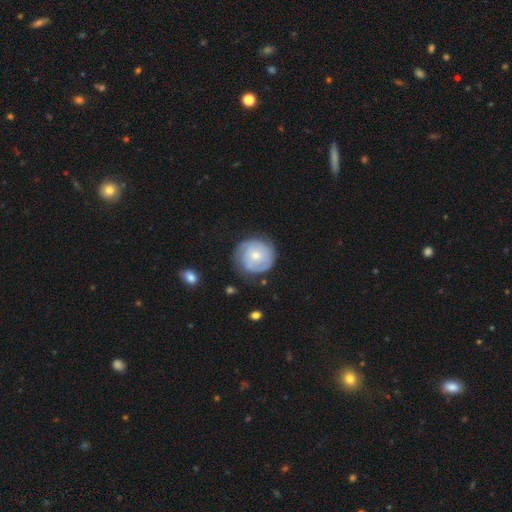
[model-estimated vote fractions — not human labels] featured or disk 56%, smooth 38%, star or artifact 6%. Down the decision tree: edge-on disk — no (97%); bar — no (78%); spiral arms — yes (71%); bulge size — moderate (55%); merging — none (69%).